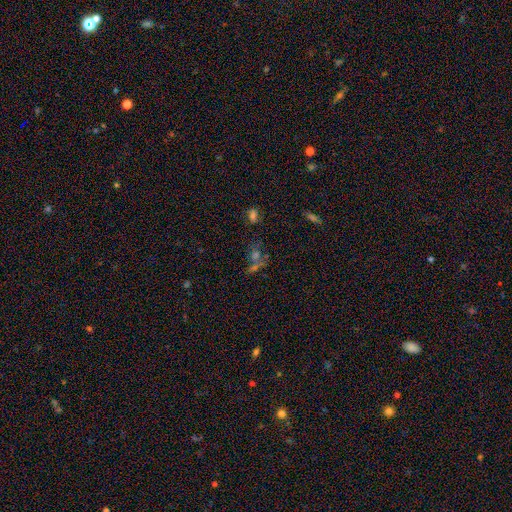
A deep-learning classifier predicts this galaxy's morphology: A star or artifact, not a galaxy (42%).